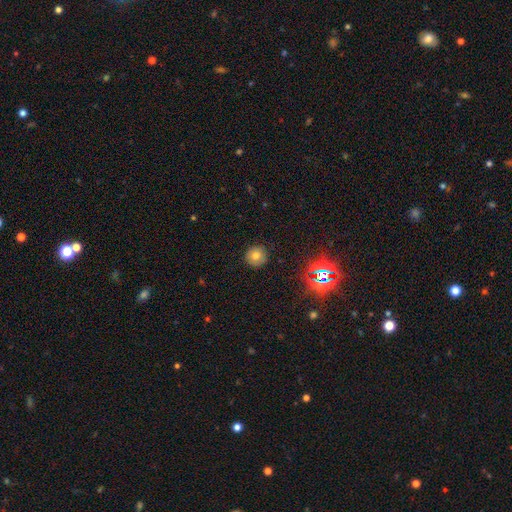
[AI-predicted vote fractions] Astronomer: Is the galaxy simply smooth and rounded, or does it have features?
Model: smooth — 72%.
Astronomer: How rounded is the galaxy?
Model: round — 95%.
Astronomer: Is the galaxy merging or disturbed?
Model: none — 91%.